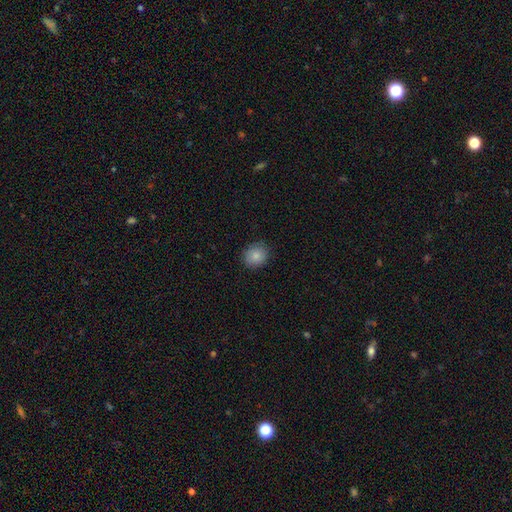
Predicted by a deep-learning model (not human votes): Q: Smooth or featured?
A: smooth (85%); runner-up: star or artifact (8%)
Q: How rounded?
A: round (71%); runner-up: in between (28%)
Q: Merging?
A: none (85%); runner-up: minor disturbance (12%)